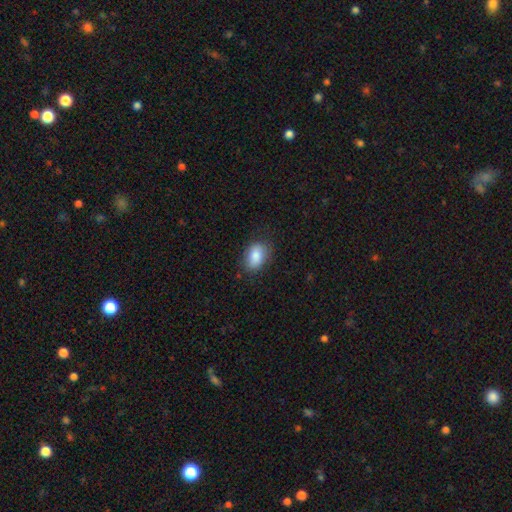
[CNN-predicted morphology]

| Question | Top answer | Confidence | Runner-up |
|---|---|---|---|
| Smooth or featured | smooth | 85% | featured or disk (7%) |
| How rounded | in between | 82% | round (17%) |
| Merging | none | 78% | minor disturbance (17%) |